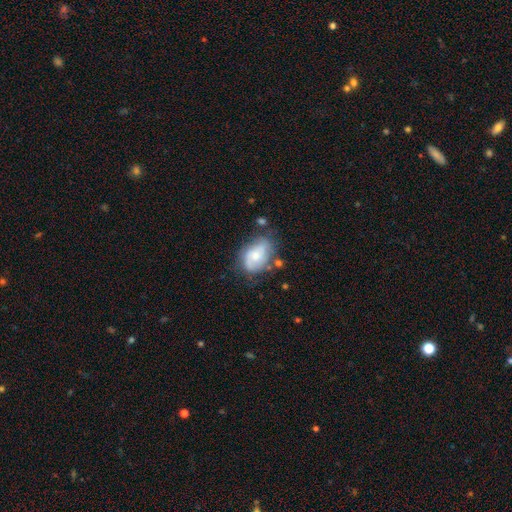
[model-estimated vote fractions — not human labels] Morphology: type=smooth (48%); merging=none (53%).